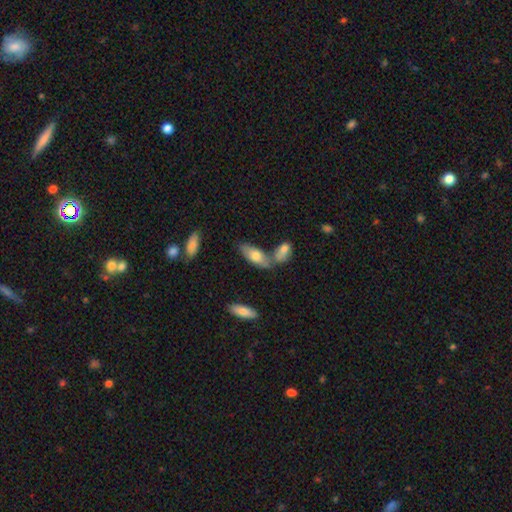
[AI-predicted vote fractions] smooth-or-featured: smooth: 70% | featured or disk: 24% | star or artifact: 6%
  how-rounded: in between: 79% | cigar-shaped: 19% | round: 2%
  merging: none: 49% | merger: 31% | minor disturbance: 15% | major disturbance: 5%